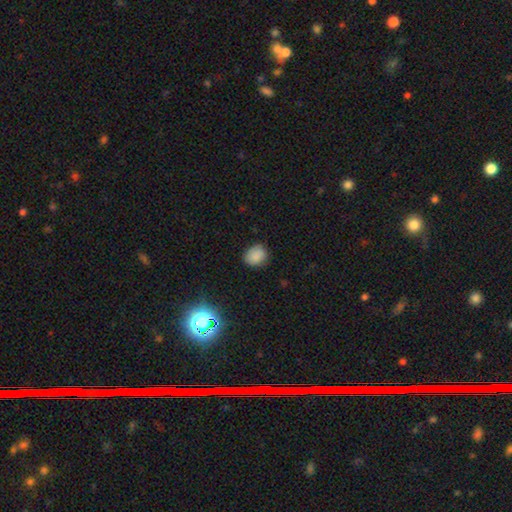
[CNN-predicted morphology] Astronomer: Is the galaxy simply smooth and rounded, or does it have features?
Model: smooth — 84%.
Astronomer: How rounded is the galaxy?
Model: round — 56% (runner-up: in between, 43%).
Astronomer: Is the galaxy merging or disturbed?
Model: none — 80%.